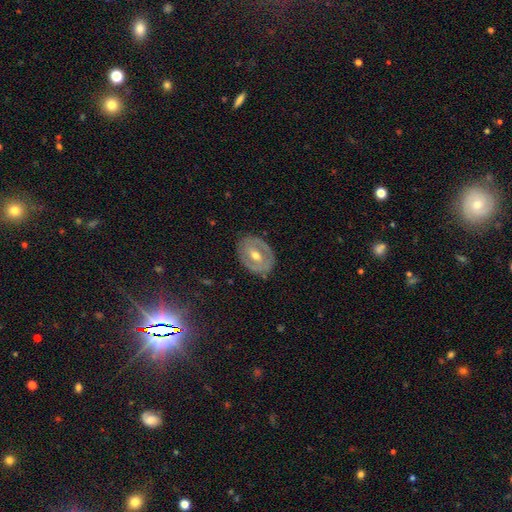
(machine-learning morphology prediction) Smooth or featured: featured or disk — 65% (smooth — 27%)
Edge-on disk: no — 93% (yes — 7%)
Bar: no — 38% (tied with weak — 38%)
Spiral arms: no — 66% (yes — 34%)
Bulge size: moderate — 73% (small — 22%)
Merging: none — 80% (minor disturbance — 14%)